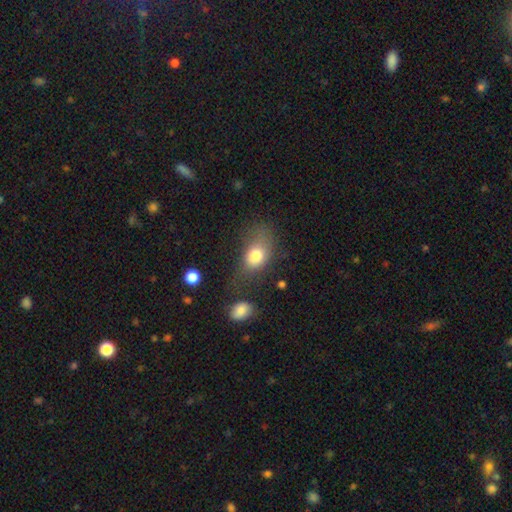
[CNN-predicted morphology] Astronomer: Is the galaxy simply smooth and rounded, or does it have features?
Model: smooth — 79%.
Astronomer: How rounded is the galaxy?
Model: in between — 75%.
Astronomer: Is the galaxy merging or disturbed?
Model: none — 46% (runner-up: minor disturbance, 25%).